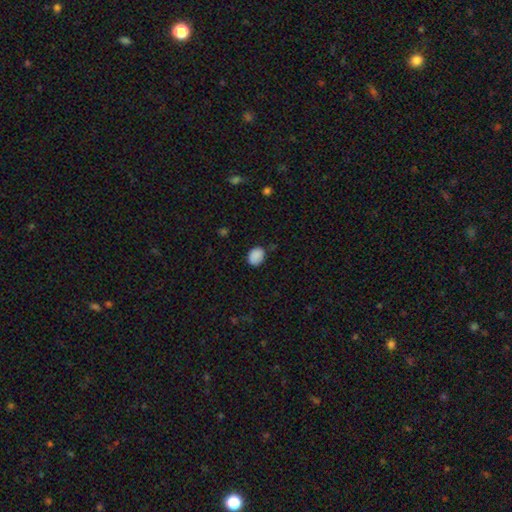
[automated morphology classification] type=smooth (88%); roundness=in between (55%); merging=none (74%).